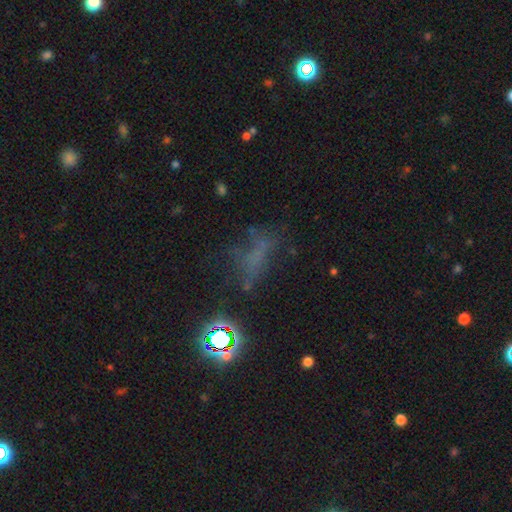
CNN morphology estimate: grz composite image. It shows a star or artifact, not a galaxy (44%).